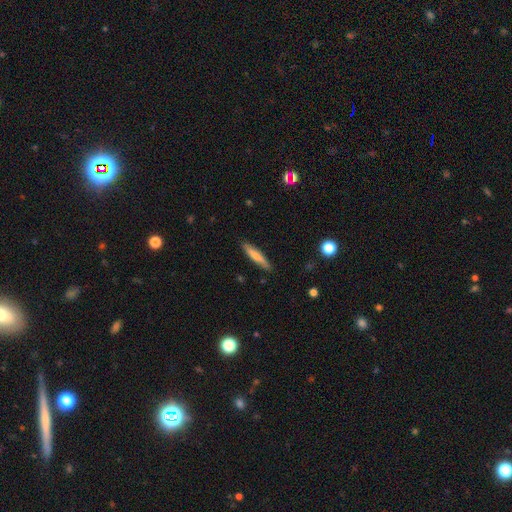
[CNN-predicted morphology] Smooth or featured? smooth (73%)
How rounded? cigar-shaped (89%)
Merging? none (87%)